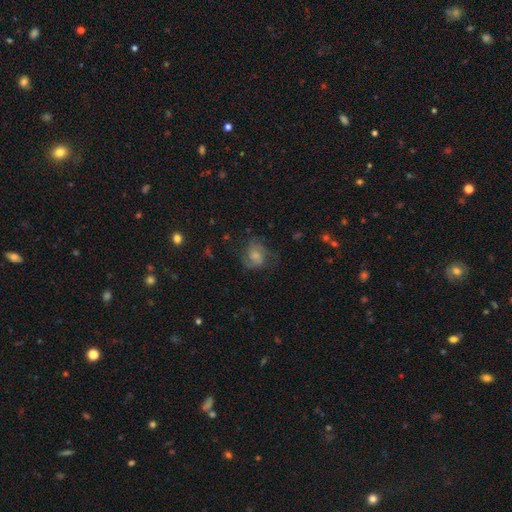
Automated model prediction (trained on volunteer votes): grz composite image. It shows a smooth galaxy with no disk features (46%). Merging: none (53%).